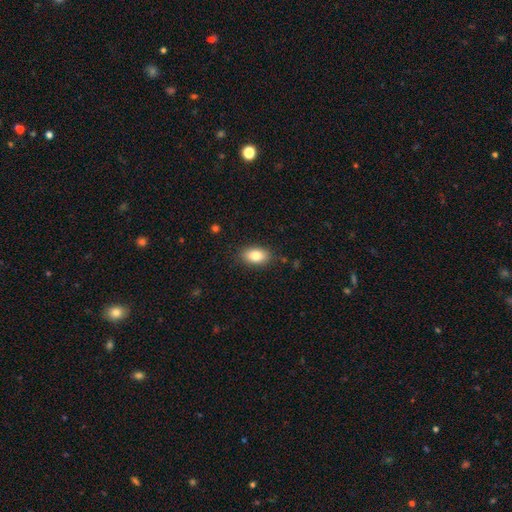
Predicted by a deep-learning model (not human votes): Smooth or featured? Predicted: smooth (p=0.82). How rounded? Predicted: in between (p=0.89). Merging? Predicted: none (p=0.87).